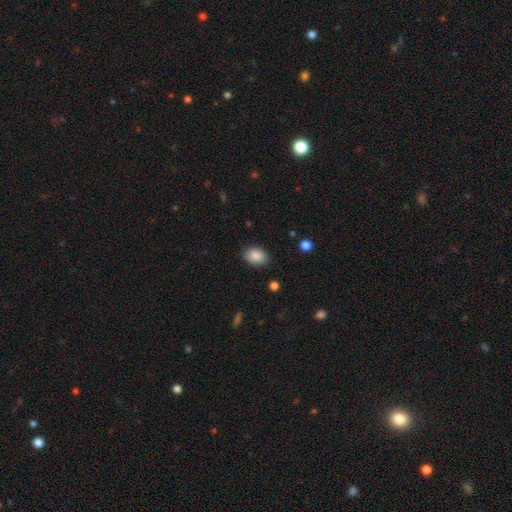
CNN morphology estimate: Smooth or featured: smooth — 88% (star or artifact — 8%)
How rounded: in between — 75% (round — 24%)
Merging: none — 85% (minor disturbance — 11%)